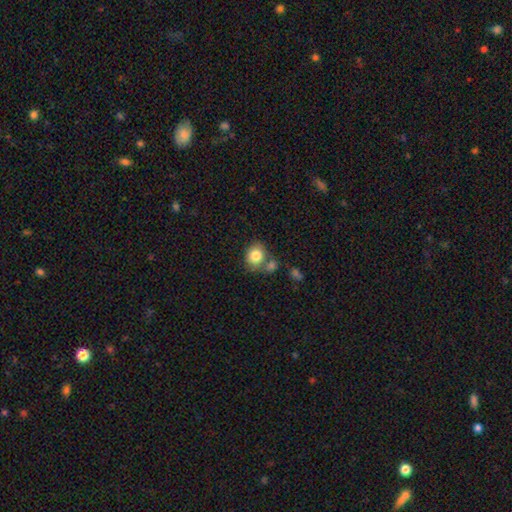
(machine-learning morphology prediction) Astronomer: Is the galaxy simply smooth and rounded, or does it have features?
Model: smooth — 82%.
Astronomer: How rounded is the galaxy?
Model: round — 70%.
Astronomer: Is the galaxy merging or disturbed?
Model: none — 55%.